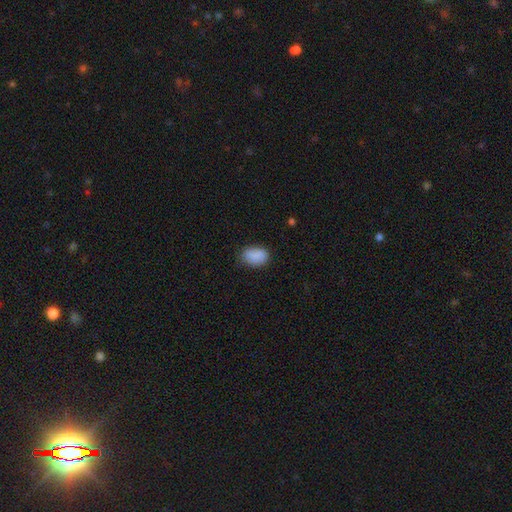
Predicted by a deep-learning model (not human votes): A smooth galaxy with no disk features (87%) that is in between round and cigar-shaped (84%). Merging: none (73%).